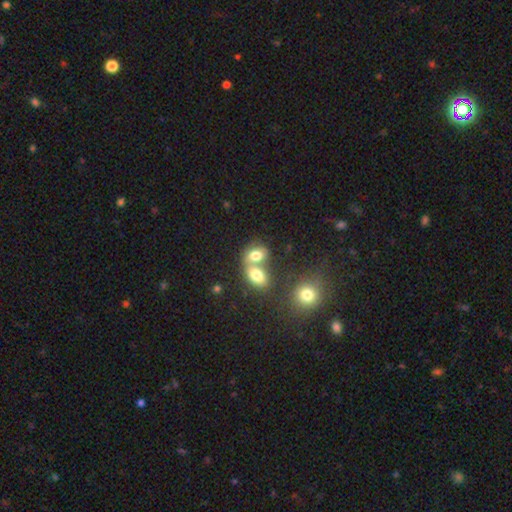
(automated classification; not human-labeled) Smooth or featured: smooth — 74% (featured or disk — 14%)
How rounded: in between — 71% (round — 27%)
Merging: merger — 62% (none — 26%)